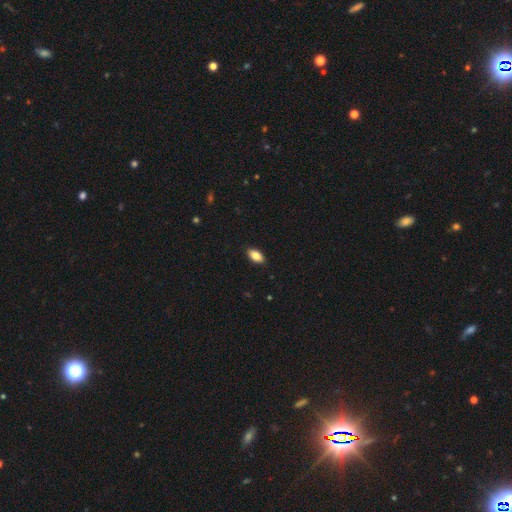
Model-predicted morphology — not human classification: The model was most divided on "smooth or featured": smooth: 86%, star or artifact: 7%, featured or disk: 7%. More confident: how rounded — in between (92%); merging — none (88%).